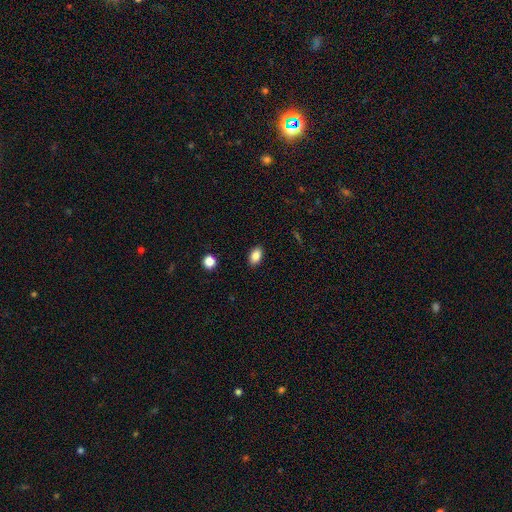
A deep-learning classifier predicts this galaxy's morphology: Overall: smooth (87%). How rounded: in between (89%). Merging: none (88%).